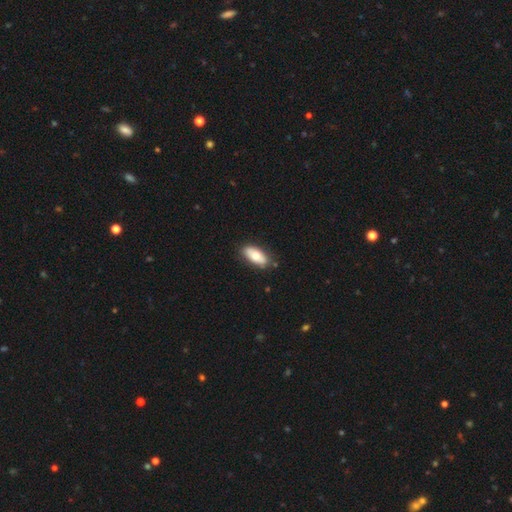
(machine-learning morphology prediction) The model was most divided on "smooth or featured": smooth: 67%, featured or disk: 27%, star or artifact: 6%. More confident: how rounded — in between (88%); merging — none (81%).